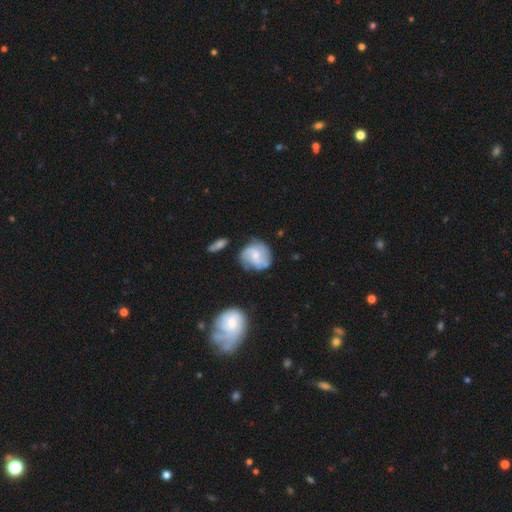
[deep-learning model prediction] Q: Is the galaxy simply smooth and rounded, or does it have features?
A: featured or disk — 67%.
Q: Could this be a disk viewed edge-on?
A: no — 98%.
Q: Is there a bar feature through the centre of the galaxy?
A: no — 52%.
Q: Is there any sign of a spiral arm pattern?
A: yes — 90%.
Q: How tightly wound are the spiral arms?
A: medium — 44%.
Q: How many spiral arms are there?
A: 2 — 50%.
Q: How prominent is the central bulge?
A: small — 52%.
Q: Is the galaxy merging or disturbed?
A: none — 67%.